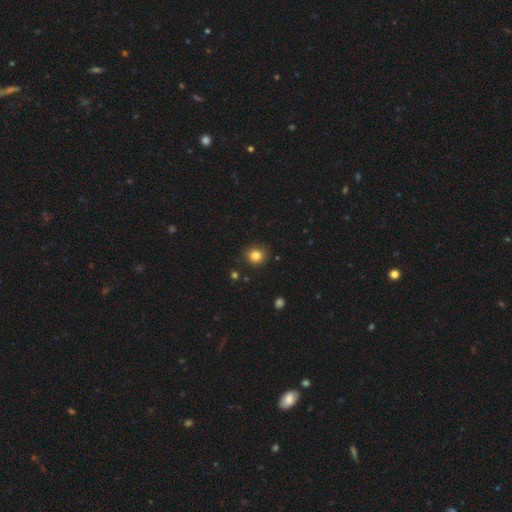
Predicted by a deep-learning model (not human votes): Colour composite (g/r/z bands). It shows a smooth galaxy with no disk features (83%) that is round (84%). Merging: none (87%).